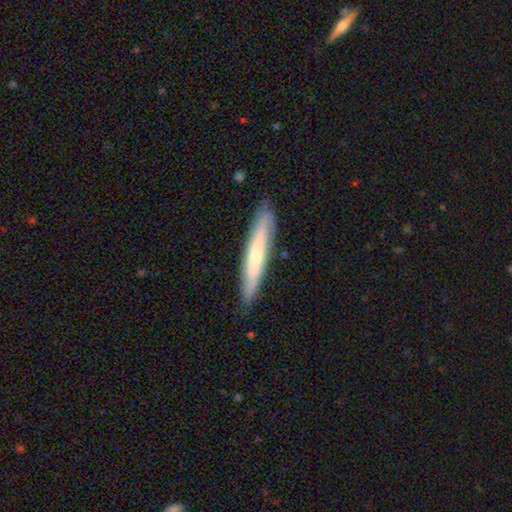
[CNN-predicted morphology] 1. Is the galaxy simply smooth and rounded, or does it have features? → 57% smooth, 38% featured or disk, 5% star or artifact.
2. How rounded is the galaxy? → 93% cigar-shaped, 6% in between, 1% round.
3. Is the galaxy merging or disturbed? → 85% none, 12% minor disturbance, 2% major disturbance, 1% merger.